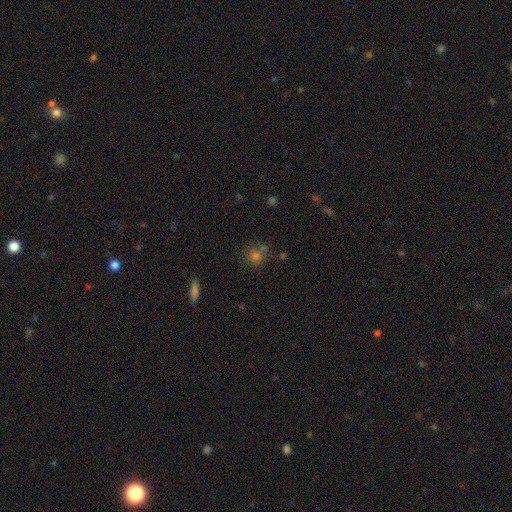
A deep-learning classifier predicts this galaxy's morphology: Q: Smooth or featured?
A: smooth (61%); runner-up: star or artifact (27%)
Q: How rounded?
A: round (87%); runner-up: in between (11%)
Q: Merging?
A: none (69%); runner-up: merger (15%)